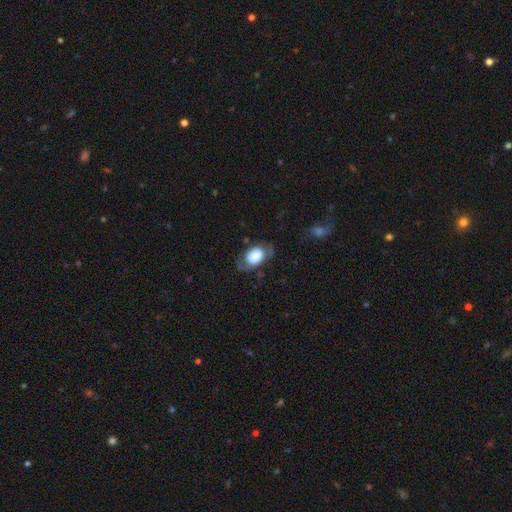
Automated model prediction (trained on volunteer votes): smooth 62%, featured or disk 31%, star or artifact 7%. Down the decision tree: how rounded — in between (87%); merging — none (68%).